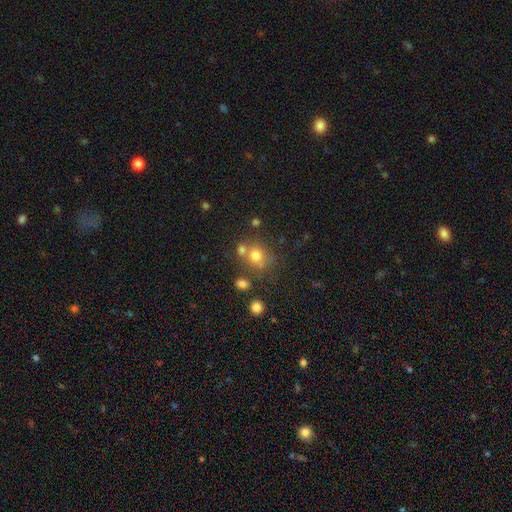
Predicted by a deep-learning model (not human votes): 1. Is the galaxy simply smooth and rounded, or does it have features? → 72% smooth, 16% star or artifact, 12% featured or disk.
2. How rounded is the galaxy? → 74% round, 25% in between, 1% cigar-shaped.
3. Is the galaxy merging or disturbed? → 56% none, 25% merger, 13% minor disturbance, 6% major disturbance.